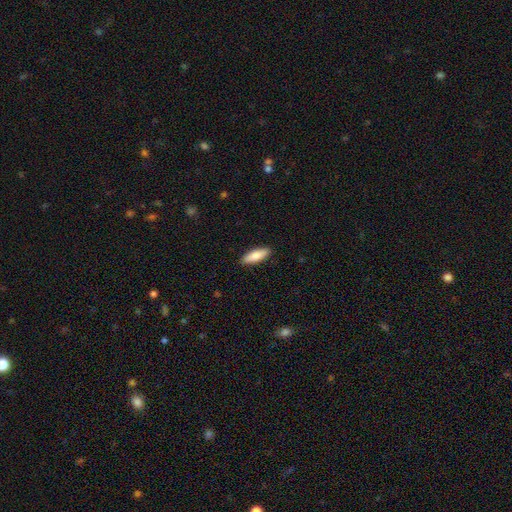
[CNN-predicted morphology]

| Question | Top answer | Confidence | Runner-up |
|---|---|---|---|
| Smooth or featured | smooth | 83% | featured or disk (12%) |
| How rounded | in between | 58% | cigar-shaped (40%) |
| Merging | none | 90% | minor disturbance (8%) |